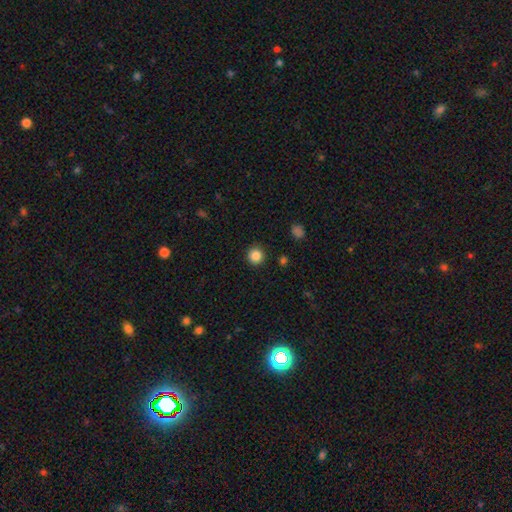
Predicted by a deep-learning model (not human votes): Smooth or featured?
  - smooth: 86% *
  - star or artifact: 11%
  - featured or disk: 3%
How rounded?
  - round: 95% *
  - in between: 5%
  - cigar-shaped: 1%
Merging?
  - none: 91% *
  - minor disturbance: 5%
  - major disturbance: 2%
  - merger: 1%